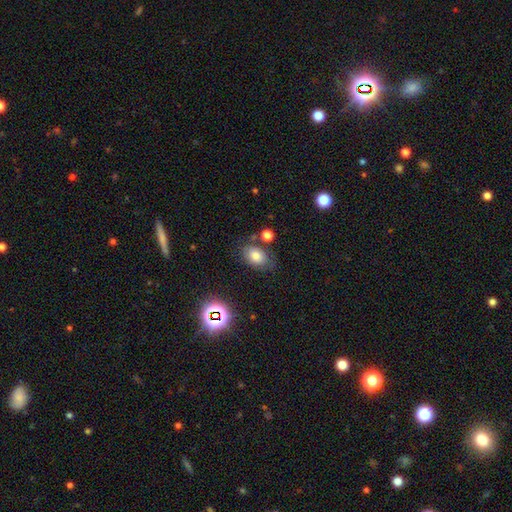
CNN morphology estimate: Smooth or featured? smooth (74%)
How rounded? in between (80%)
Merging? none (68%)